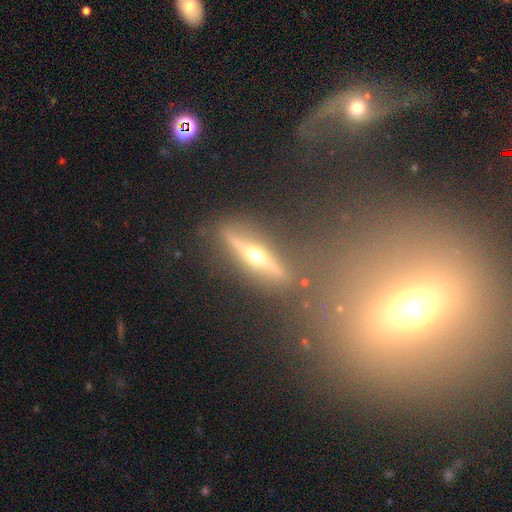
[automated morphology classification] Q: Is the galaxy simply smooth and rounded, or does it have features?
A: featured or disk — 75%.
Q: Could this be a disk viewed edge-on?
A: yes — 87%.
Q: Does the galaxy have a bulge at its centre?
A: rounded — 95%.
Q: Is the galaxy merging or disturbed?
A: none — 79%.